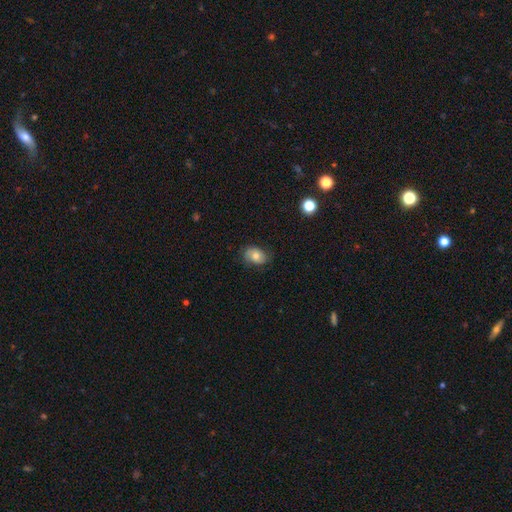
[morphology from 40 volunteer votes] smooth 72%, featured or disk 28%, star or artifact 0%. Down the decision tree: how rounded — in between (72%); merging — none (55%).